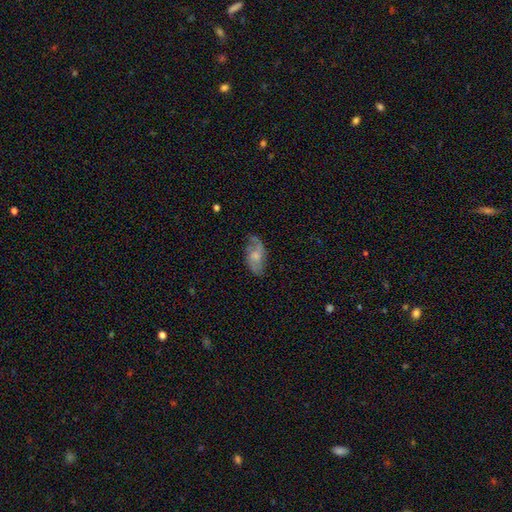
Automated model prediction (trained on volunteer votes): A featured or disk galaxy (65%) with no bar (61%), 2 (81%) loose (60%) spiral arms (88%) and a small central bulge (49%). Merging: none (63%).